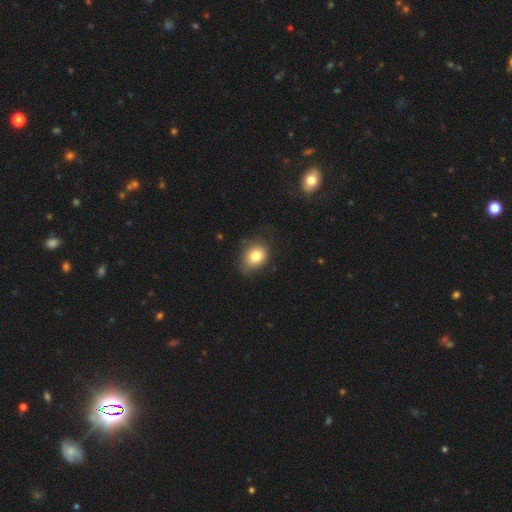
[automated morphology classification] type=smooth (80%); roundness=in between (56%); merging=none (64%).